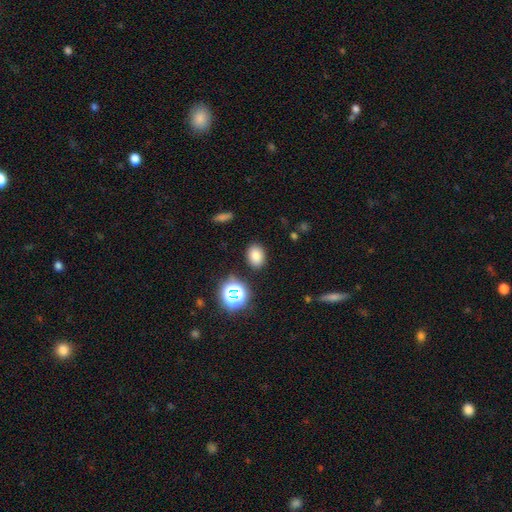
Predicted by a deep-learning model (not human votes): This is likely a smooth galaxy (77%). How rounded: likely in between (70%). Merging: clearly none (86%).